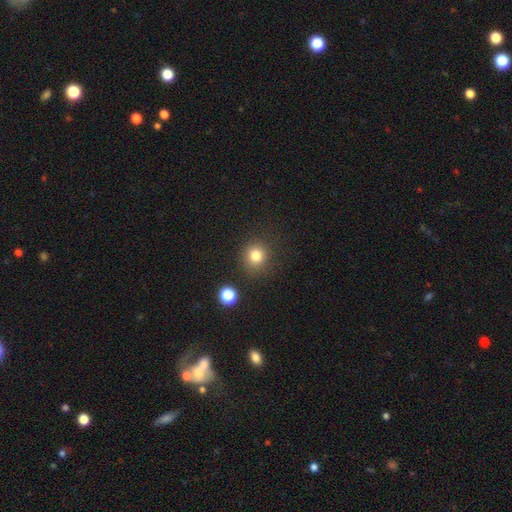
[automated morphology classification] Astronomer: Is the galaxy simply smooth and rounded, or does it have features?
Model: smooth — 81%.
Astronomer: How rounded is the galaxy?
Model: round — 88%.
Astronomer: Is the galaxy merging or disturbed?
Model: none — 84%.